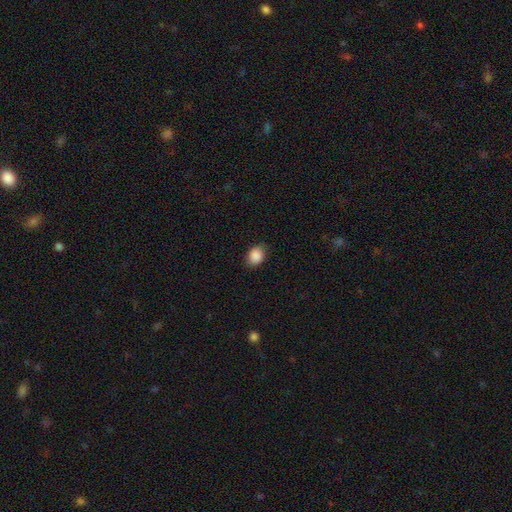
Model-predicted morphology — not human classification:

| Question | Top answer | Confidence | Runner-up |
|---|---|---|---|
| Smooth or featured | smooth | 89% | star or artifact (8%) |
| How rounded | in between | 59% | round (40%) |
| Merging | none | 83% | minor disturbance (13%) |